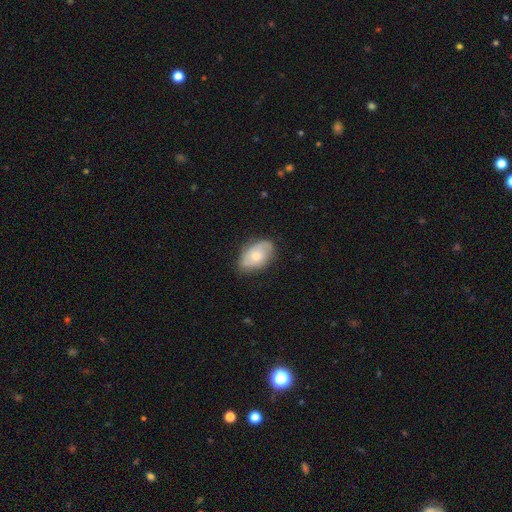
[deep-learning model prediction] A smooth galaxy with no disk features (53%) that is in between round and cigar-shaped (89%). Merging: none (75%).